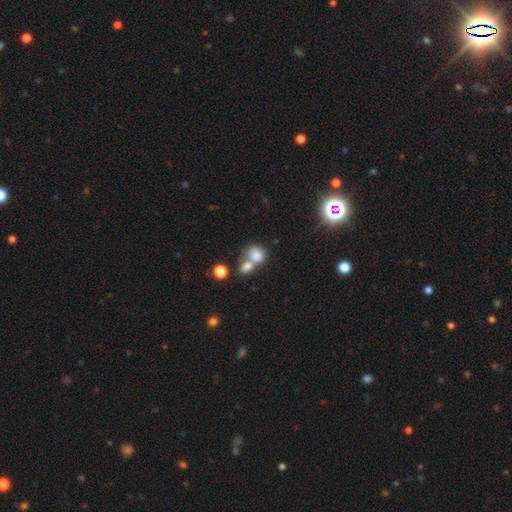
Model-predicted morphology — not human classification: A smooth galaxy with no disk features (79%) that is round (62%).

Vote fractions:
- Smooth or featured? smooth: 79% / star or artifact: 11% / featured or disk: 11%
- How rounded? round: 62% / in between: 36% / cigar-shaped: 1%
- Merging? merger: 54% / none: 33% / minor disturbance: 8% / major disturbance: 4%